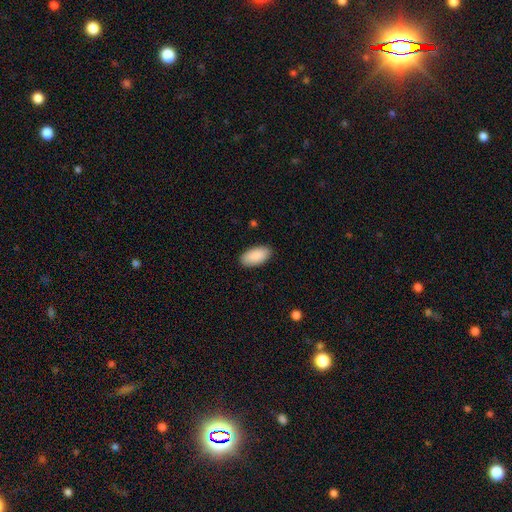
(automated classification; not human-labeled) Smooth or featured: smooth — 90% (star or artifact — 6%)
How rounded: in between — 95% (cigar-shaped — 3%)
Merging: none — 88% (minor disturbance — 9%)